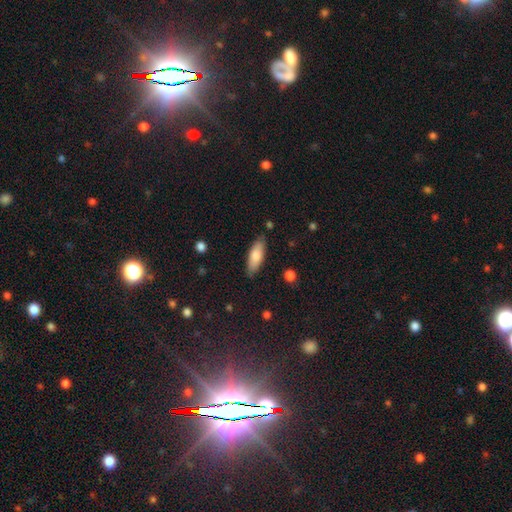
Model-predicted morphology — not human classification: This appears to be a smooth galaxy with no disk features (77%) that is in between round and cigar-shaped (64%). Merging: none (84%).